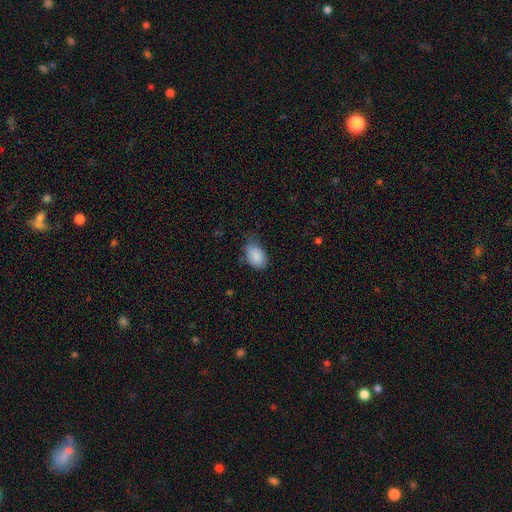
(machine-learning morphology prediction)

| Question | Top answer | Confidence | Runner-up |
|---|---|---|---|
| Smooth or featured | smooth | 87% | star or artifact (8%) |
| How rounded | in between | 86% | round (13%) |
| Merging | none | 54% | minor disturbance (36%) |